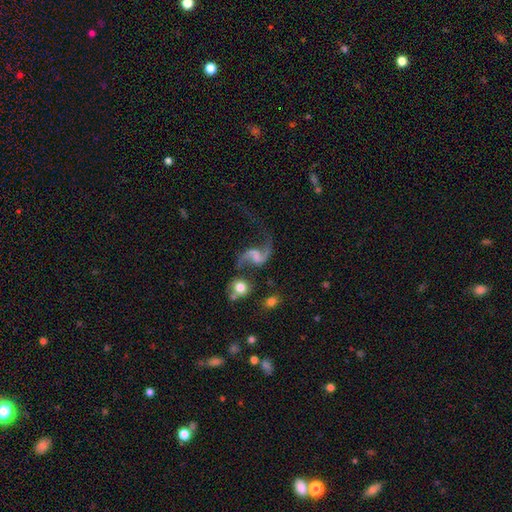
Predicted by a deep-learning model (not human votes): featured or disk 86%, smooth 8%, star or artifact 6%. Down the decision tree: edge-on disk — no (98%); bar — weak (43%); spiral arms — yes (95%); spiral arm count — 2 (92%); spiral winding — loose (87%); bulge size — none (52%); merging — none (55%).